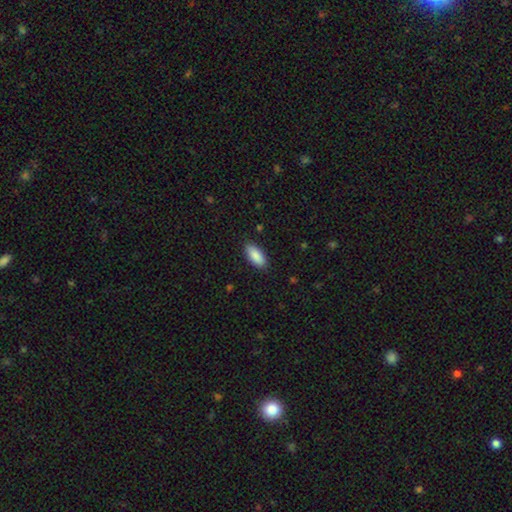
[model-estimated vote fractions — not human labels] smooth_or_featured: smooth (p=0.88) [alt: star or artifact p=0.06]
how_rounded: in between (p=0.87) [alt: cigar-shaped p=0.12]
merging: none (p=0.88) [alt: minor disturbance p=0.09]